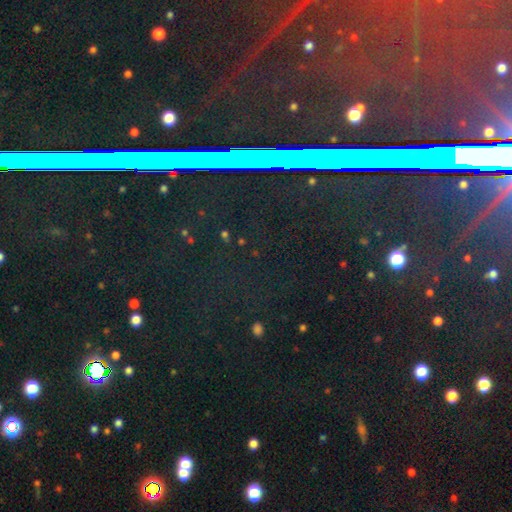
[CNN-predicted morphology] A star or artifact, not a galaxy (84%).

Vote fractions:
- Smooth or featured? star or artifact: 84% / smooth: 8% / featured or disk: 8%